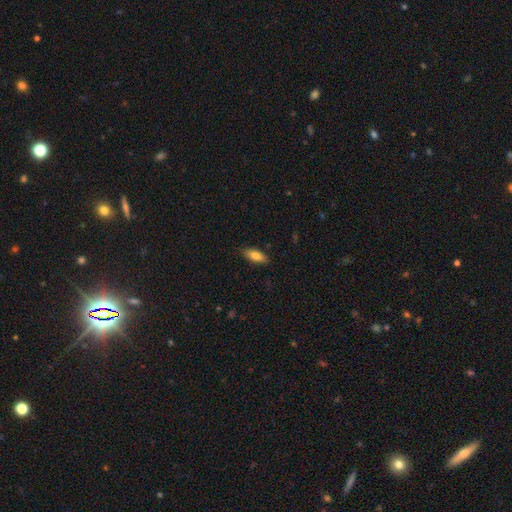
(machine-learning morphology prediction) smooth 80%, featured or disk 13%, star or artifact 7%. Down the decision tree: how rounded — in between (75%); merging — none (85%).